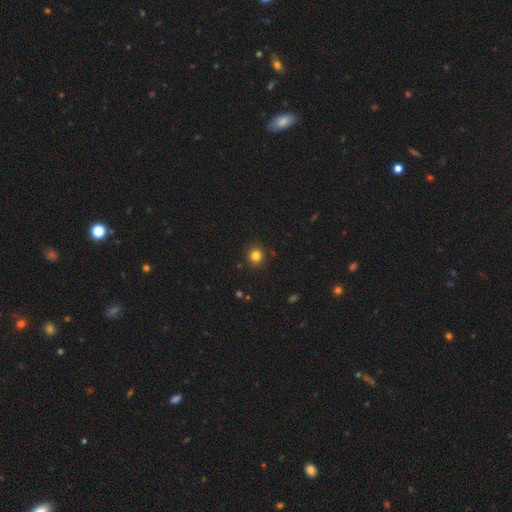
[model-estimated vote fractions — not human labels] This appears to be a smooth galaxy with no disk features (83%) that is round (90%). Merging: none (90%).